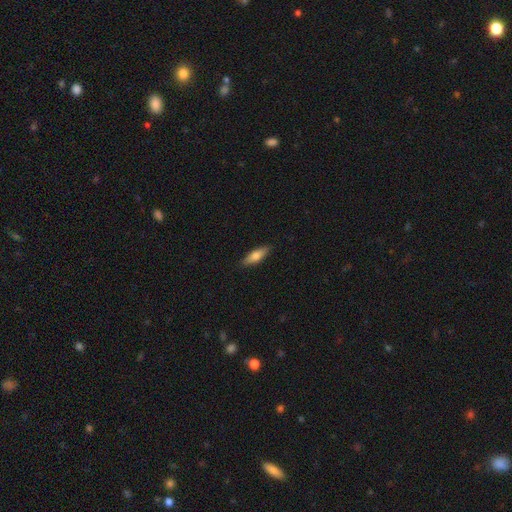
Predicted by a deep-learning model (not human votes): smooth-or-featured: smooth: 71% | featured or disk: 23% | star or artifact: 6%
  how-rounded: cigar-shaped: 50% | in between: 48% | round: 2%
  merging: none: 87% | minor disturbance: 10% | major disturbance: 2% | merger: 1%